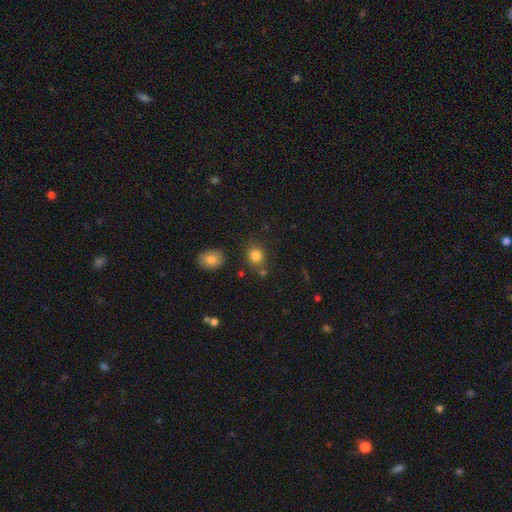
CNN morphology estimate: smooth 83%, star or artifact 11%, featured or disk 6%. Down the decision tree: how rounded — round (74%); merging — none (76%).